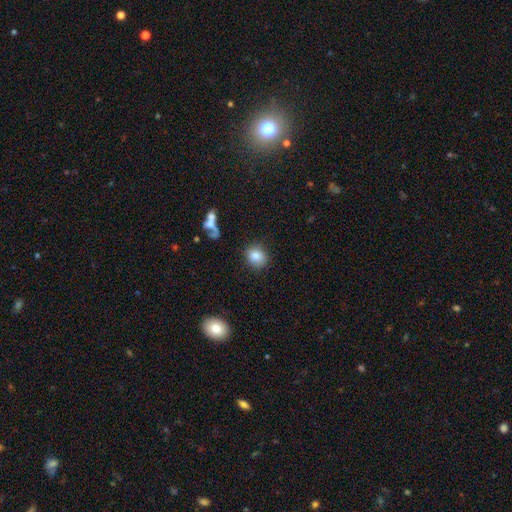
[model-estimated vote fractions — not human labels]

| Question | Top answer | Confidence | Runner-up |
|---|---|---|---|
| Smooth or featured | smooth | 83% | star or artifact (9%) |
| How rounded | round | 69% | in between (29%) |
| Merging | none | 82% | minor disturbance (11%) |